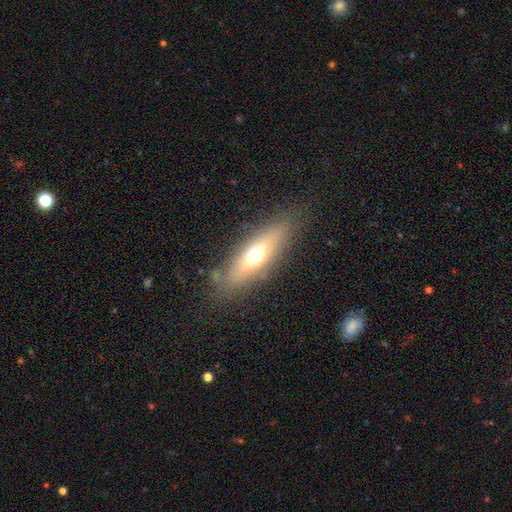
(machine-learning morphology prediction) This appears to be a smooth galaxy with no disk features (56%) that is in between round and cigar-shaped (52%). Merging: none (81%).